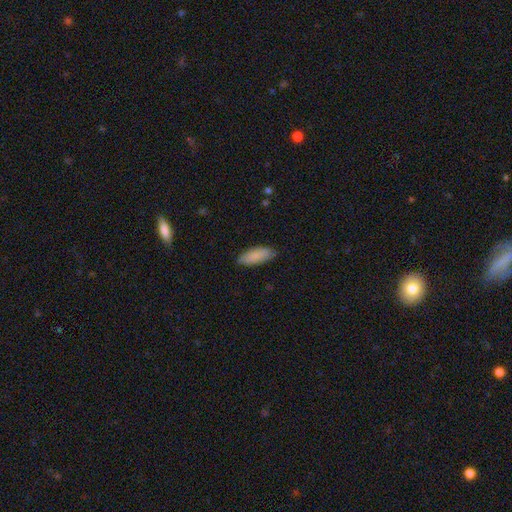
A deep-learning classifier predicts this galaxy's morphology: Q: Smooth or featured?
A: smooth (88%); runner-up: featured or disk (7%)
Q: How rounded?
A: in between (74%); runner-up: cigar-shaped (24%)
Q: Merging?
A: none (82%); runner-up: minor disturbance (15%)